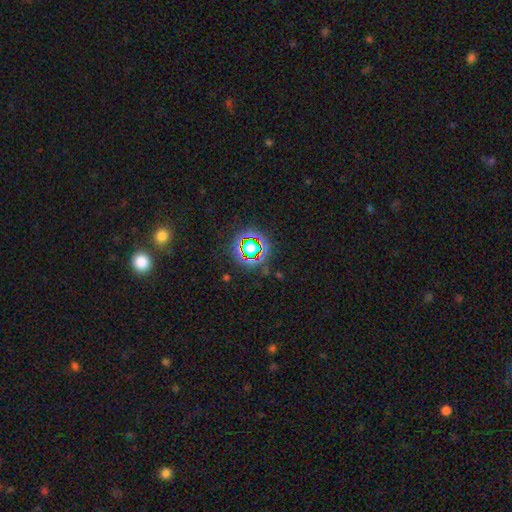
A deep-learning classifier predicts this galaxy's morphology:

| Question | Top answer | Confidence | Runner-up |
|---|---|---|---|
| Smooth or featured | star or artifact | 70% | smooth (20%) |